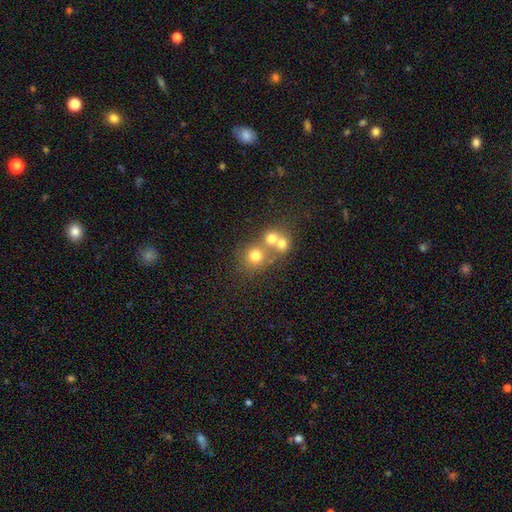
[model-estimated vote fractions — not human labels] The model was most divided on "merging": merger: 47%, none: 44%, minor disturbance: 6%, major disturbance: 4%. More confident: how rounded — round (85%); smooth or featured — smooth (67%).